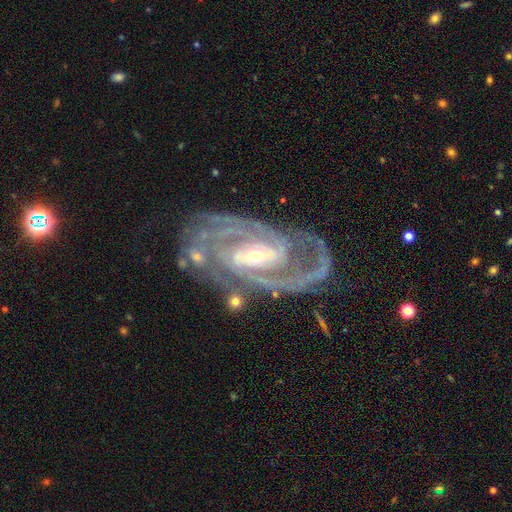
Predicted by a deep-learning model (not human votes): A featured or disk galaxy (93%) with a weak bar (39%), 2 (56%) tight (55%) spiral arms (98%) and a small central bulge (50%).

Vote fractions:
- Smooth or featured? featured or disk: 93% / star or artifact: 4% / smooth: 3%
- Edge-on disk? no: 97% / yes: 3%
- Bar? weak: 39% / strong: 33% / no: 27%
- Spiral arms? yes: 98% / no: 2%
- Spiral winding? tight: 55% / medium: 38% / loose: 7%
- Spiral arm count? 2: 56% / 3: 19% / can't tell: 9% / 4: 6% / more than 4: 5% / 1: 5%
- Bulge size? small: 50% / moderate: 46% / large: 2% / none: 1% / dominant: 1%
- Merging? none: 68% / minor disturbance: 18% / major disturbance: 10% / merger: 4%